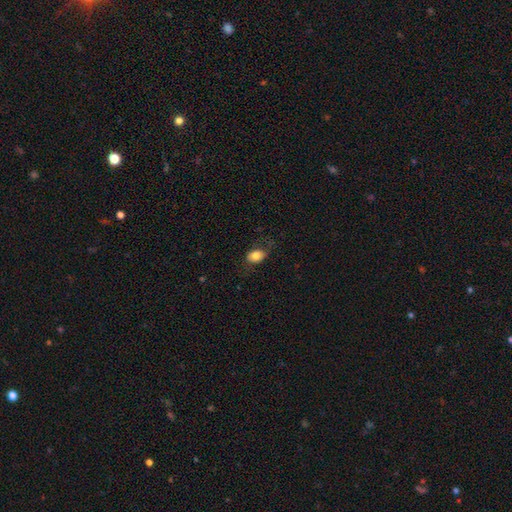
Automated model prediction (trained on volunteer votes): Q: Smooth or featured?
A: smooth (79%); runner-up: featured or disk (13%)
Q: How rounded?
A: in between (84%); runner-up: round (15%)
Q: Merging?
A: none (70%); runner-up: minor disturbance (19%)